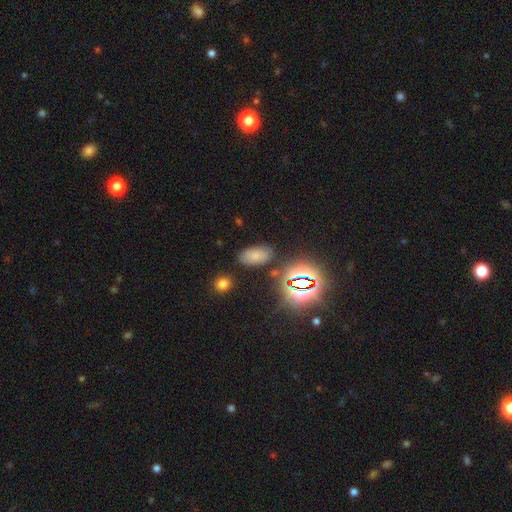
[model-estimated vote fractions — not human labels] Smooth or featured? Predicted: smooth (p=0.63). How rounded? Predicted: in between (p=0.92). Merging? Predicted: none (p=0.82).